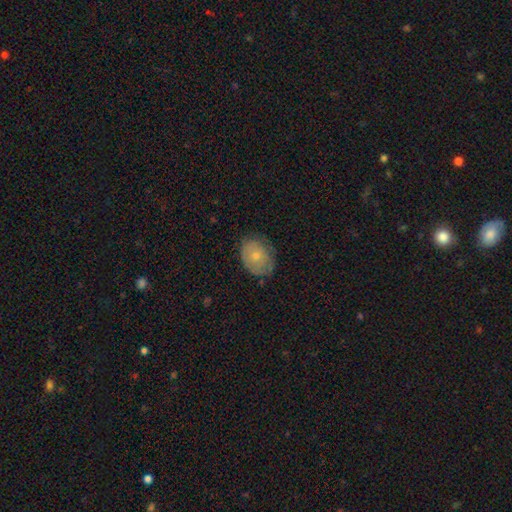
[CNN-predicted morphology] This is likely a smooth galaxy (63%). How rounded: likely in between (63%). Merging: likely none (69%).